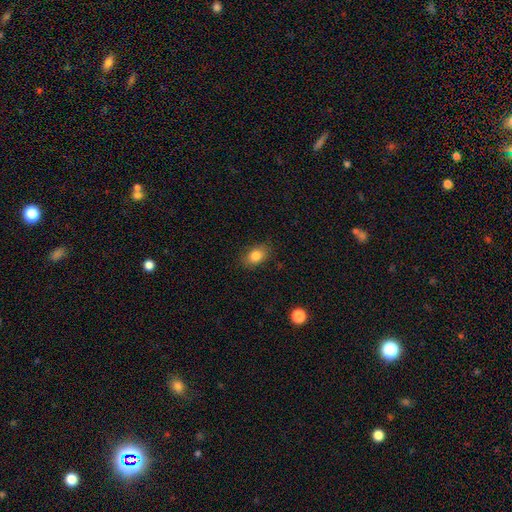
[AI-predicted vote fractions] A smooth galaxy with no disk features (83%) that is in between round and cigar-shaped (77%).

Vote fractions:
- Smooth or featured? smooth: 83% / star or artifact: 9% / featured or disk: 8%
- How rounded? in between: 77% / round: 22% / cigar-shaped: 1%
- Merging? none: 84% / minor disturbance: 12% / major disturbance: 3% / merger: 1%